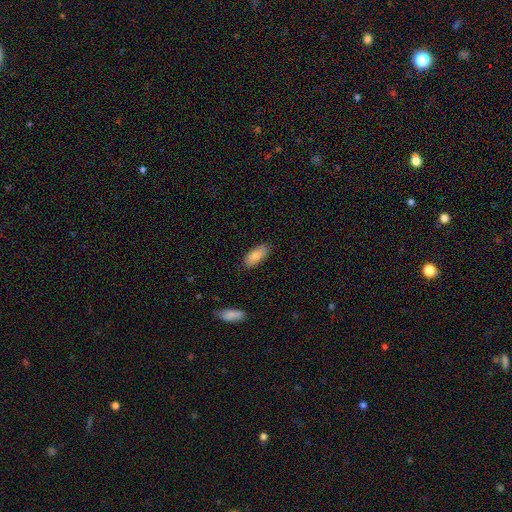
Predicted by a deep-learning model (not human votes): smooth-or-featured: smooth: 81% | featured or disk: 13% | star or artifact: 6%
  how-rounded: in between: 86% | cigar-shaped: 12% | round: 2%
  merging: none: 84% | minor disturbance: 13% | major disturbance: 2% | merger: 2%